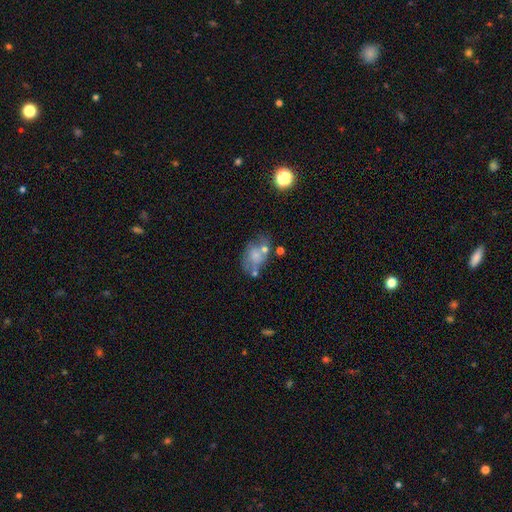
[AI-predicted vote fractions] Morphology: type=smooth (49%); merging=none (39%).